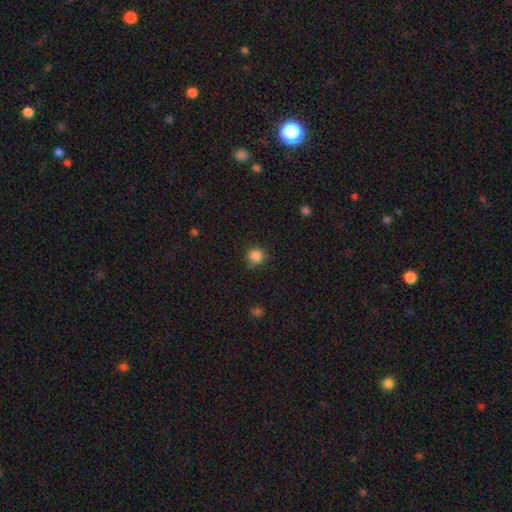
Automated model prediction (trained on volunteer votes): Smooth or featured?
  - smooth: 85% *
  - star or artifact: 11%
  - featured or disk: 4%
How rounded?
  - round: 92% *
  - in between: 7%
  - cigar-shaped: 1%
Merging?
  - none: 79% *
  - minor disturbance: 16%
  - major disturbance: 3%
  - merger: 2%